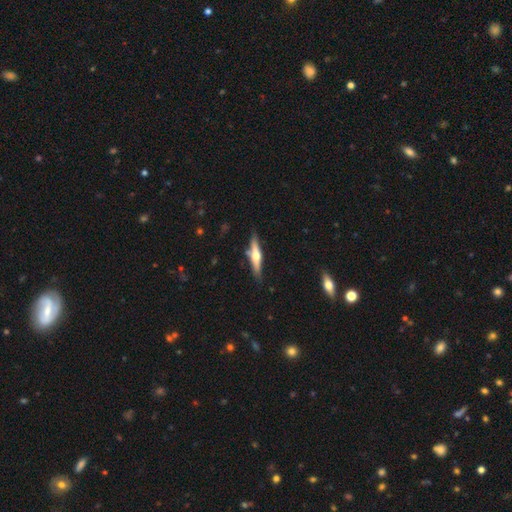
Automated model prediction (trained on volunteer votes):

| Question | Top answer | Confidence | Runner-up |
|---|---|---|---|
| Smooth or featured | featured or disk | 61% | smooth (33%) |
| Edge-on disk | yes | 96% | no (4%) |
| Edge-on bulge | rounded | 92% | boxy (5%) |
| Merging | none | 82% | minor disturbance (12%) |